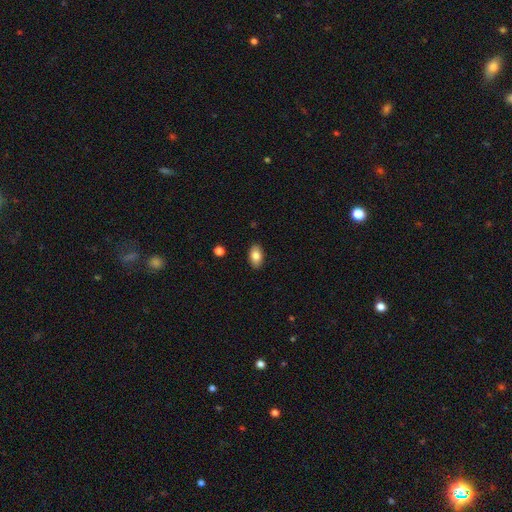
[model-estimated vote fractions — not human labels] Smooth or featured: smooth — 83% (featured or disk — 10%)
How rounded: in between — 92% (round — 6%)
Merging: none — 89% (minor disturbance — 8%)